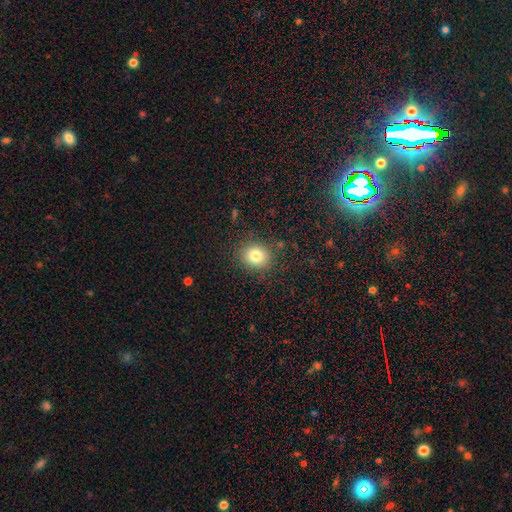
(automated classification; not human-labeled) smooth_or_featured: smooth (p=0.80) [alt: star or artifact p=0.12]
how_rounded: round (p=0.76) [alt: in between p=0.24]
merging: none (p=0.87) [alt: minor disturbance p=0.09]